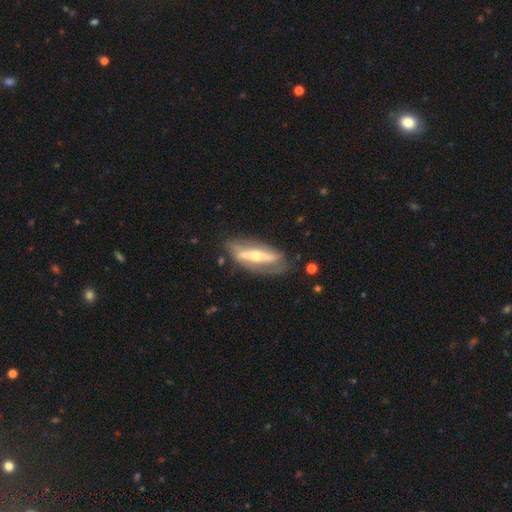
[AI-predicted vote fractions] smooth-or-featured: featured or disk: 76% | smooth: 19% | star or artifact: 5%
  disk-edge-on: no: 62% | yes: 38%
  merging: none: 68% | minor disturbance: 20% | major disturbance: 9% | merger: 3%